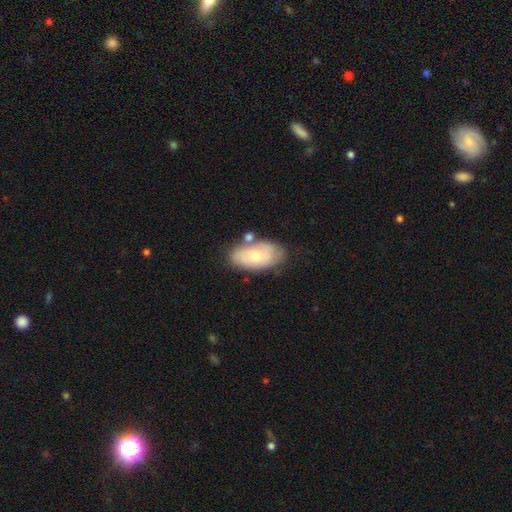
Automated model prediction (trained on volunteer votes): Smooth or featured? smooth (58%)
How rounded? in between (93%)
Merging? none (61%)